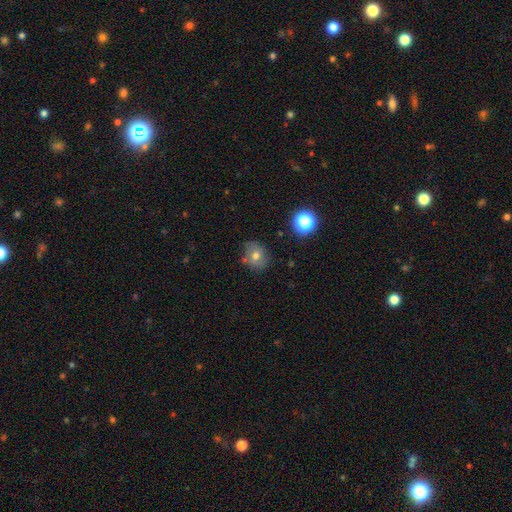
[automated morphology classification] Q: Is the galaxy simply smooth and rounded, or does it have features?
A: smooth — 68%.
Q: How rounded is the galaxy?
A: round — 61%.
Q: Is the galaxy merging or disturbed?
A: none — 69%.